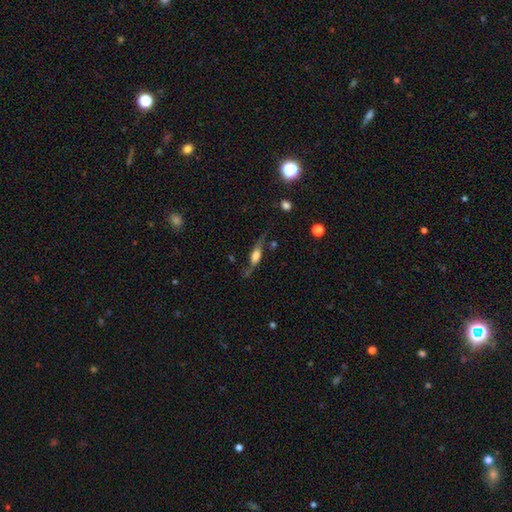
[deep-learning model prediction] A featured or disk galaxy (61%) viewed edge-on (69%).

Vote fractions:
- Smooth or featured? featured or disk: 61% / smooth: 31% / star or artifact: 9%
- Edge-on disk? yes: 69% / no: 31%
- Merging? none: 62% / minor disturbance: 21% / major disturbance: 13% / merger: 4%